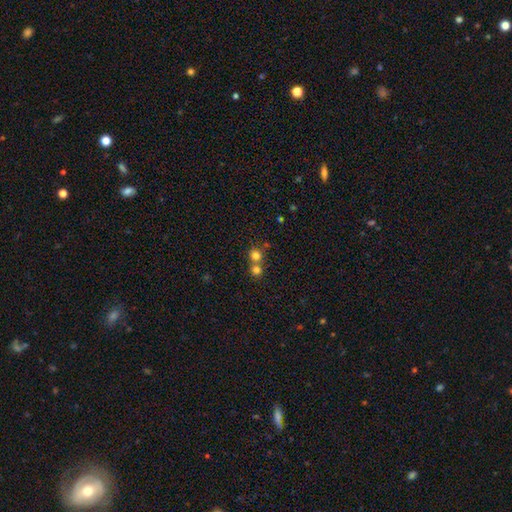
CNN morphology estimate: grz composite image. It shows a smooth galaxy with no disk features (74%) that is round (88%). Merging: merger (48%).